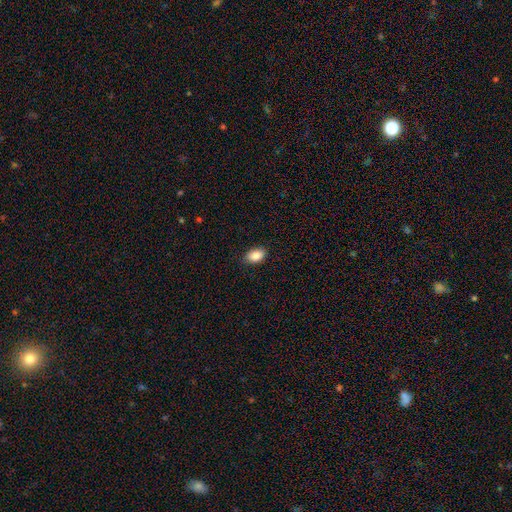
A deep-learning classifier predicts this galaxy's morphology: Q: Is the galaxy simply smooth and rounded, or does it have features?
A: smooth — 88%.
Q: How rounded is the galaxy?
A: in between — 90%.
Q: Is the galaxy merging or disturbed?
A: none — 86%.